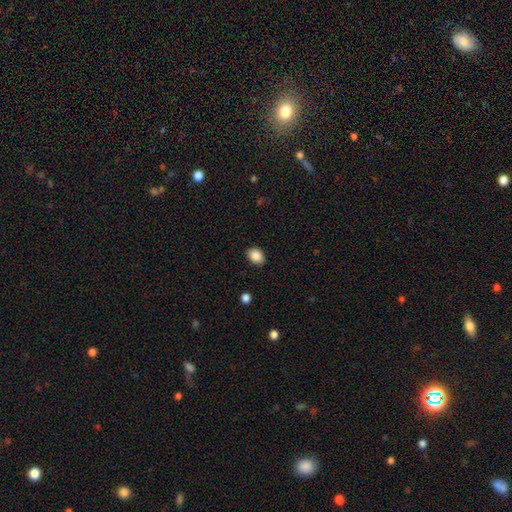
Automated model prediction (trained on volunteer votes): Smooth or featured: smooth — 88% (star or artifact — 8%)
How rounded: in between — 69% (round — 30%)
Merging: none — 88% (minor disturbance — 8%)